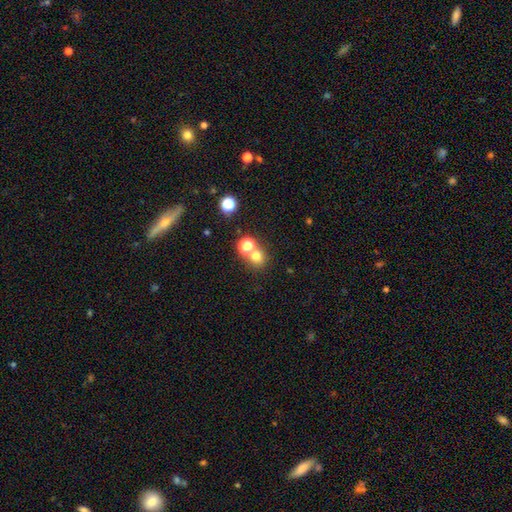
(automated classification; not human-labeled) smooth 71%, star or artifact 20%, featured or disk 9%. Down the decision tree: how rounded — round (86%); merging — none (57%).